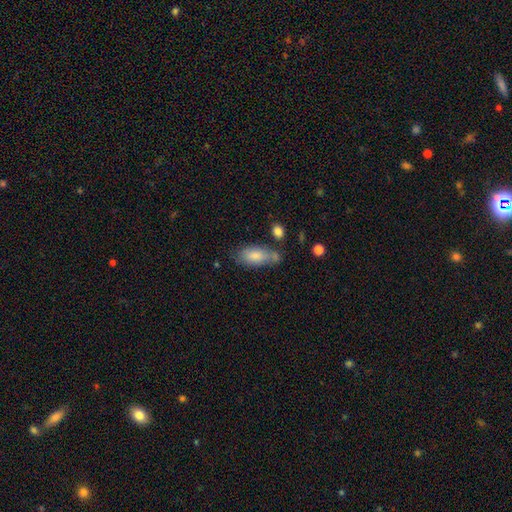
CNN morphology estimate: Smooth or featured?
  - smooth: 81% *
  - featured or disk: 12%
  - star or artifact: 7%
How rounded?
  - in between: 86% *
  - cigar-shaped: 11%
  - round: 3%
Merging?
  - none: 54% *
  - minor disturbance: 24%
  - merger: 15%
  - major disturbance: 7%